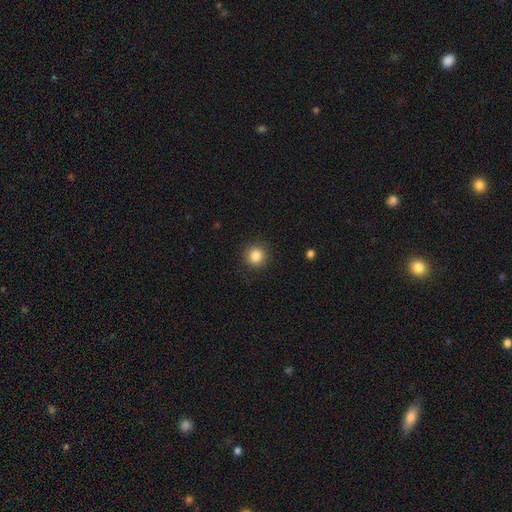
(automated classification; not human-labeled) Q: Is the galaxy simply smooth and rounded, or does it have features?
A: smooth — 85%.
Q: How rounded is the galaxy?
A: round — 93%.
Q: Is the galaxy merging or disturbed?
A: none — 90%.